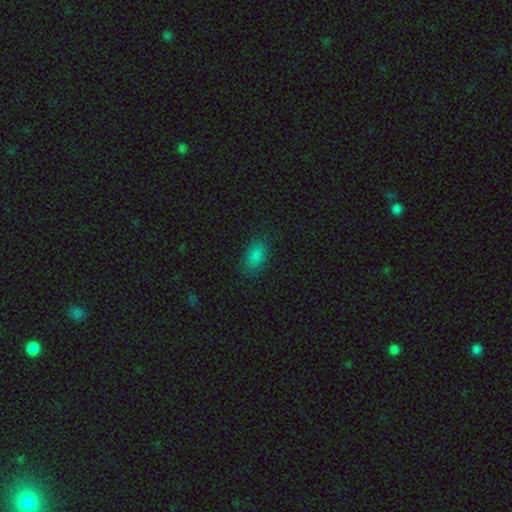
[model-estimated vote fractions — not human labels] Smooth or featured? smooth (84%)
How rounded? in between (90%)
Merging? none (84%)